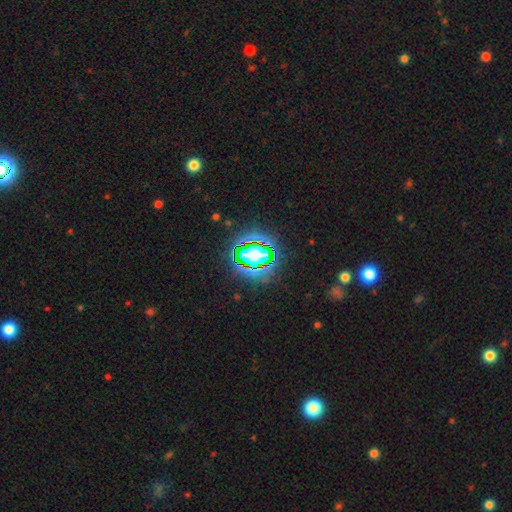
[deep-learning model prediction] star or artifact 81%, smooth 11%, featured or disk 8%.